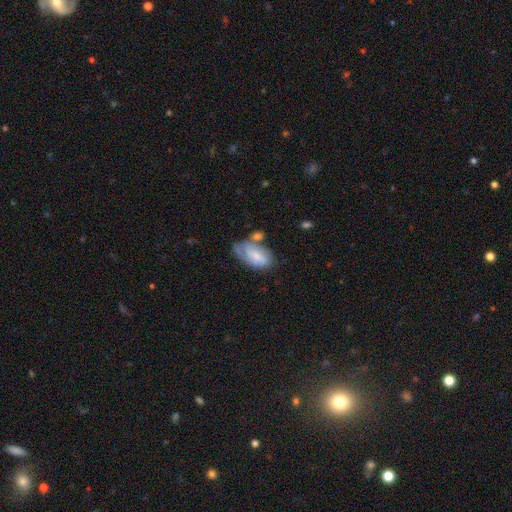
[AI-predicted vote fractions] Smooth or featured? smooth (50%)
How rounded? in between (92%)
Merging? none (34%)